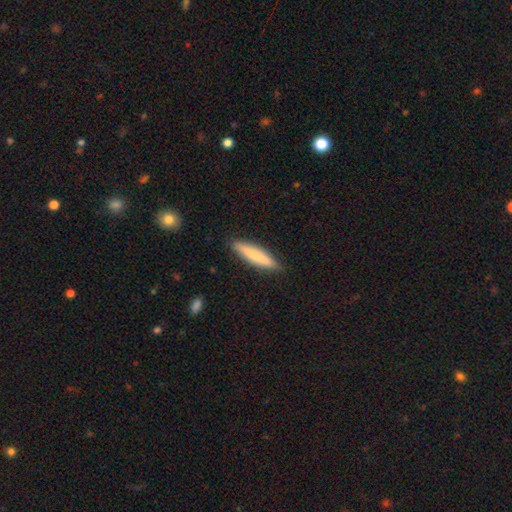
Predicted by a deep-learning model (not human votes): A smooth galaxy with no disk features (76%) that is cigar-shaped (88%).

Vote fractions:
- Smooth or featured? smooth: 76% / featured or disk: 18% / star or artifact: 5%
- How rounded? cigar-shaped: 88% / in between: 11% / round: 1%
- Merging? none: 89% / minor disturbance: 9% / major disturbance: 2% / merger: 1%